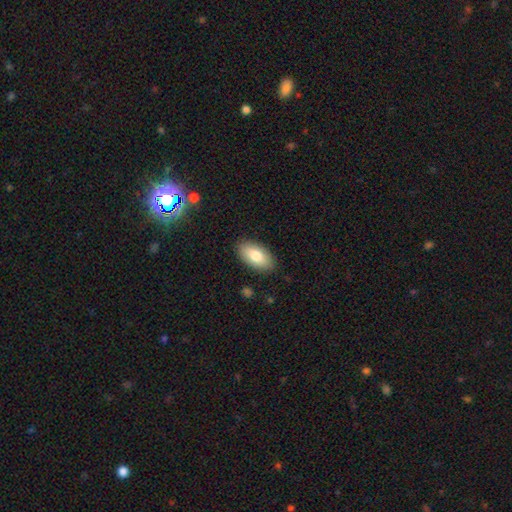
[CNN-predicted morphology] A smooth galaxy with no disk features (80%) that is in between round and cigar-shaped (94%).

Vote fractions:
- Smooth or featured? smooth: 80% / featured or disk: 14% / star or artifact: 6%
- How rounded? in between: 94% / round: 3% / cigar-shaped: 3%
- Merging? none: 87% / minor disturbance: 9% / major disturbance: 2% / merger: 1%